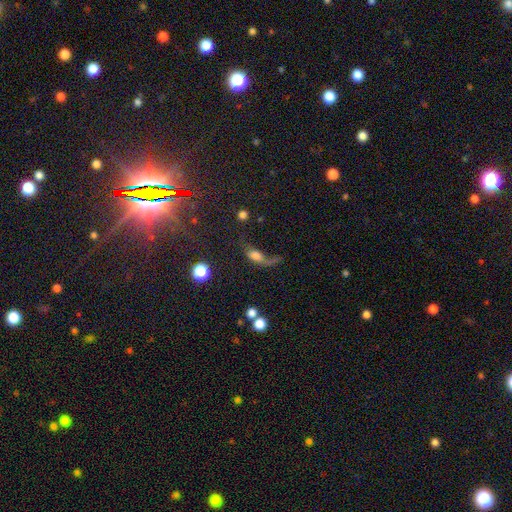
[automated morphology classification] smooth 55%, featured or disk 31%, star or artifact 14%. Down the decision tree: how rounded — in between (67%); merging — major disturbance (48%).